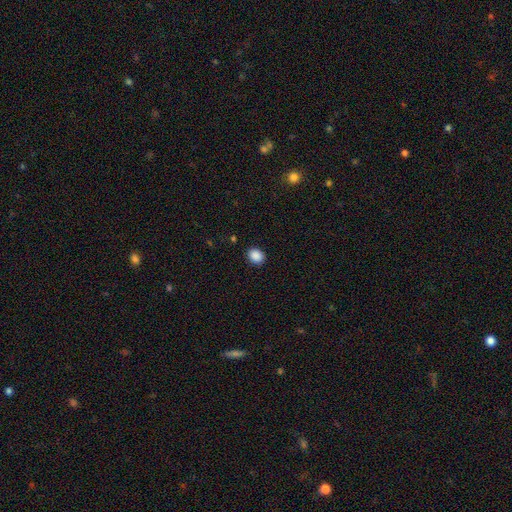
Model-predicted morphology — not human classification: A smooth galaxy with no disk features (89%) that is round (59%). Merging: none (89%).